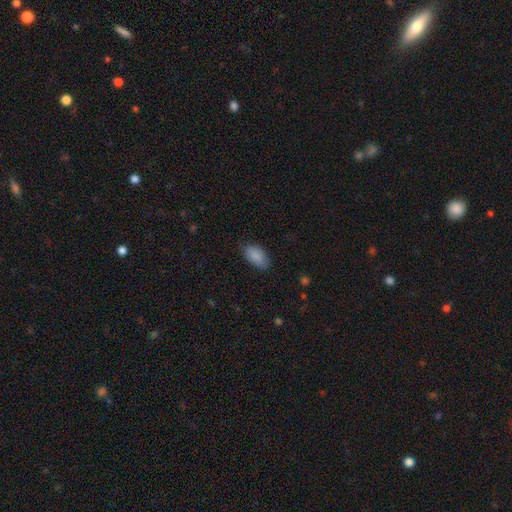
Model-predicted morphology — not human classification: Q: Smooth or featured?
A: smooth (89%); runner-up: star or artifact (6%)
Q: How rounded?
A: in between (94%); runner-up: round (3%)
Q: Merging?
A: none (81%); runner-up: minor disturbance (15%)